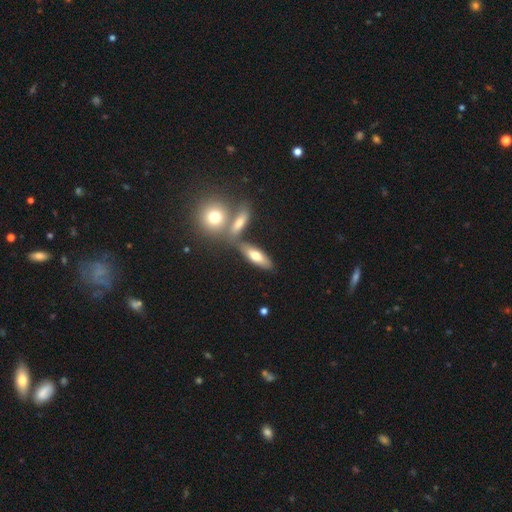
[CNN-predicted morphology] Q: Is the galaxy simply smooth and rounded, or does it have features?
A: smooth — 63%.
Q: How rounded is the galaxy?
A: in between — 61%.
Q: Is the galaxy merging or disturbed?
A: none — 58%.